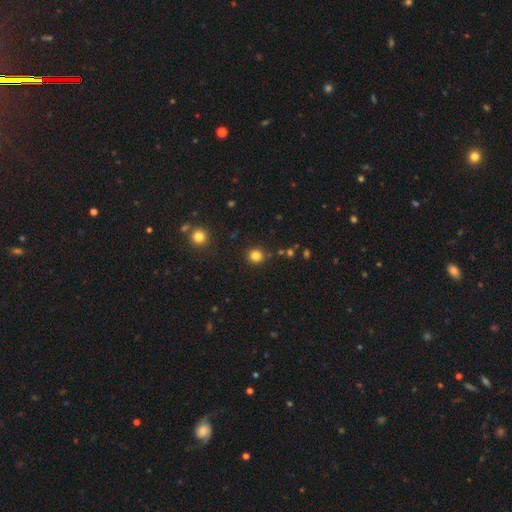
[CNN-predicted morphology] smooth-or-featured: smooth: 82% | star or artifact: 14% | featured or disk: 4%
  how-rounded: round: 94% | in between: 5% | cigar-shaped: 1%
  merging: none: 89% | minor disturbance: 6% | merger: 3% | major disturbance: 2%